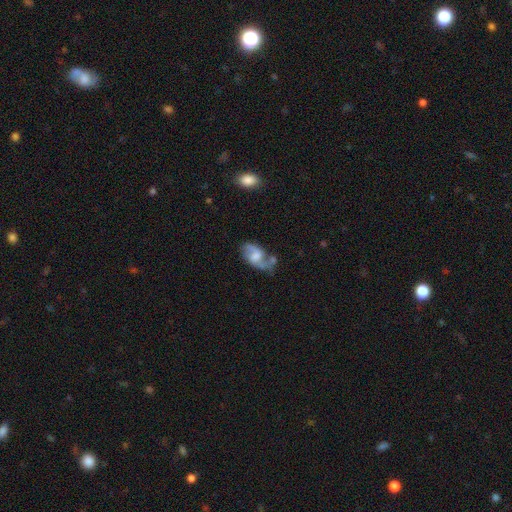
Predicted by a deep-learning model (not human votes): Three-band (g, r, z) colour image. It shows a featured or disk galaxy (70%) with a weak bar (49%), 2 (83%) loose (56%) spiral arms (87%) and a moderate central bulge (34%). Merging: none (45%).